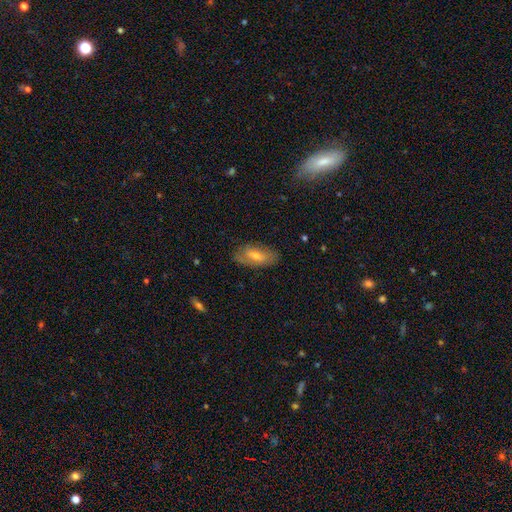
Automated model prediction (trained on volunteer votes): Smooth or featured? smooth (59%)
How rounded? in between (81%)
Merging? none (77%)